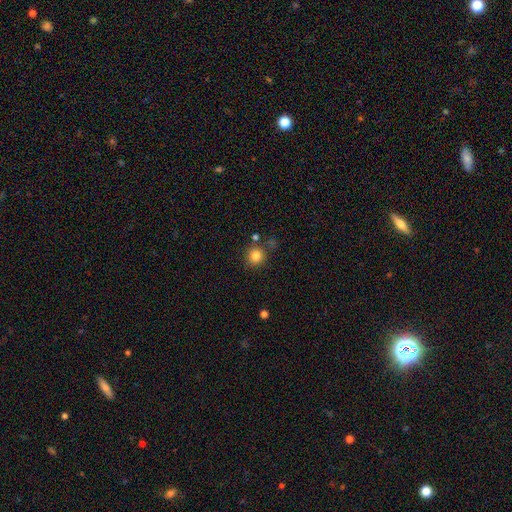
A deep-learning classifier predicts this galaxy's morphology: Smooth or featured?
  - smooth: 82% *
  - star or artifact: 12%
  - featured or disk: 6%
How rounded?
  - round: 91% *
  - in between: 8%
  - cigar-shaped: 1%
Merging?
  - none: 79% *
  - minor disturbance: 10%
  - merger: 7%
  - major disturbance: 3%